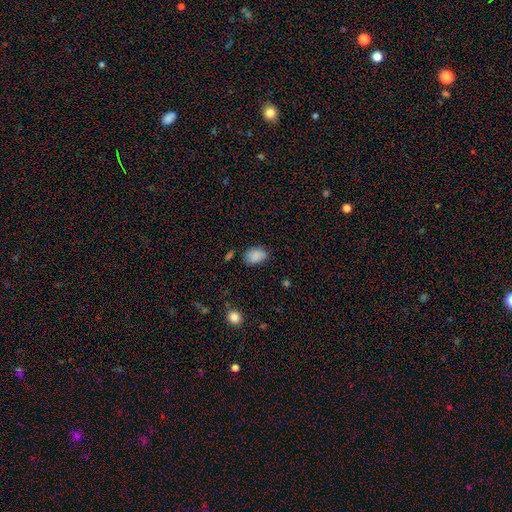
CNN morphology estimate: A smooth galaxy with no disk features (87%) that is in between round and cigar-shaped (83%). Merging: none (74%).